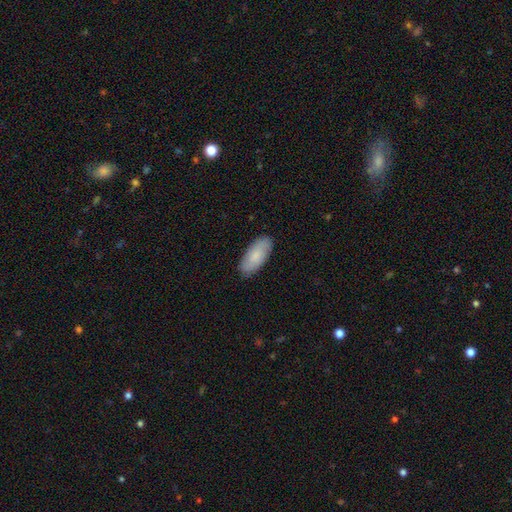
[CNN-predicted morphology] smooth_or_featured: smooth (p=0.79) [alt: featured or disk p=0.15]
how_rounded: in between (p=0.87) [alt: cigar-shaped p=0.12]
merging: none (p=0.87) [alt: minor disturbance p=0.10]